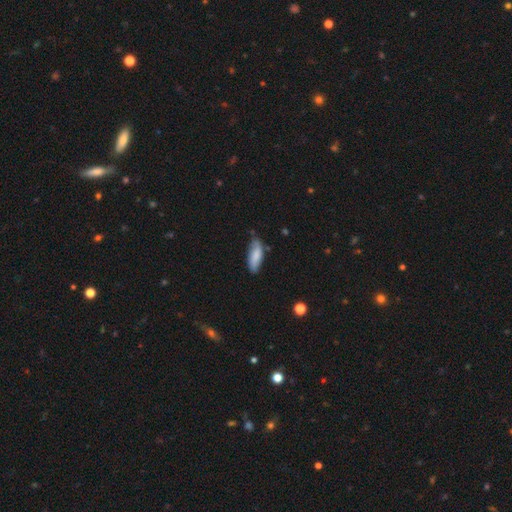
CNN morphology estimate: A smooth galaxy with no disk features (77%) that is in between round and cigar-shaped (67%). Merging: none (67%).